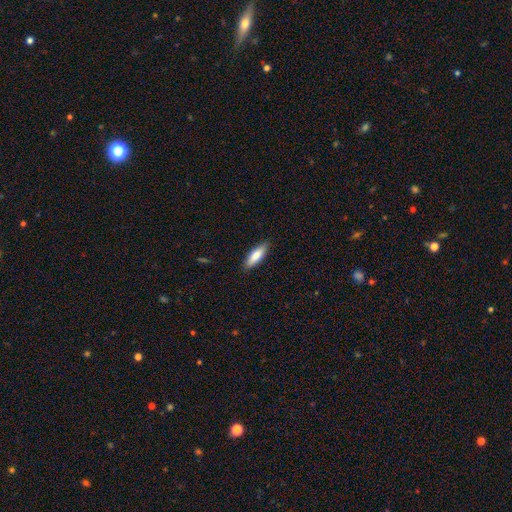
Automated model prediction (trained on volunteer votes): smooth-or-featured: smooth: 78% | featured or disk: 16% | star or artifact: 6%
  how-rounded: in between: 55% | cigar-shaped: 43% | round: 2%
  merging: none: 88% | minor disturbance: 9% | major disturbance: 2% | merger: 1%